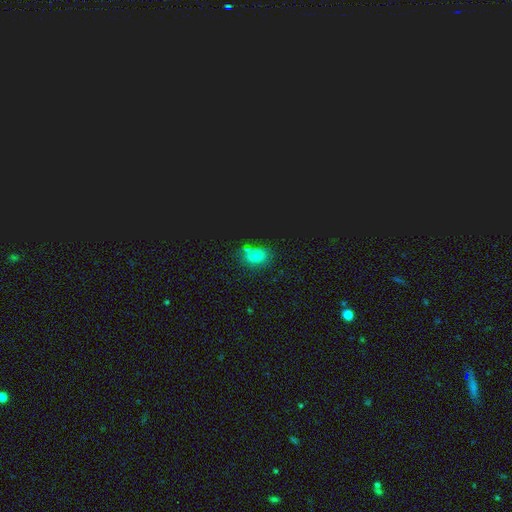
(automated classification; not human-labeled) Smooth or featured? smooth (66%)
How rounded? in between (74%)
Merging? none (70%)